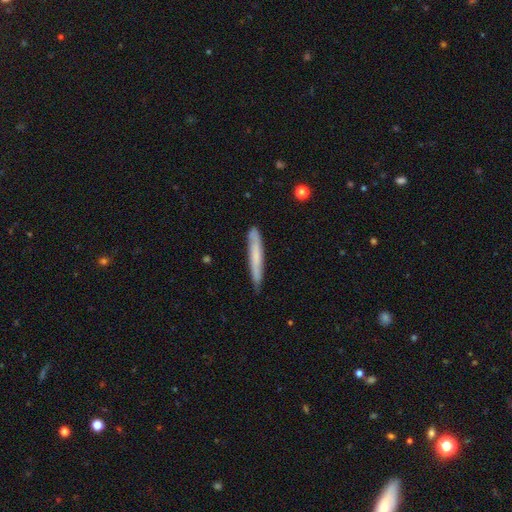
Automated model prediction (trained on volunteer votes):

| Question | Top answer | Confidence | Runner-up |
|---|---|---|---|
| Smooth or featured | smooth | 62% | featured or disk (32%) |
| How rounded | cigar-shaped | 95% | in between (4%) |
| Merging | none | 80% | minor disturbance (16%) |